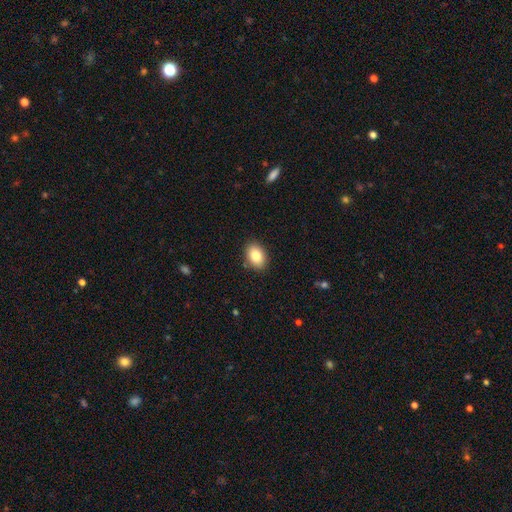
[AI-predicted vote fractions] smooth_or_featured: smooth (p=0.85) [alt: star or artifact p=0.08]
how_rounded: in between (p=0.81) [alt: round p=0.18]
merging: none (p=0.88) [alt: minor disturbance p=0.09]